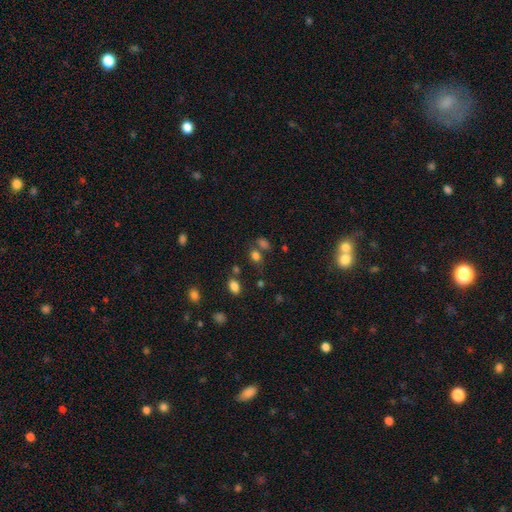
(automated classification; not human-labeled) Smooth or featured: smooth — 75% (star or artifact — 18%)
How rounded: in between — 56% (round — 42%)
Merging: none — 57% (merger — 24%)